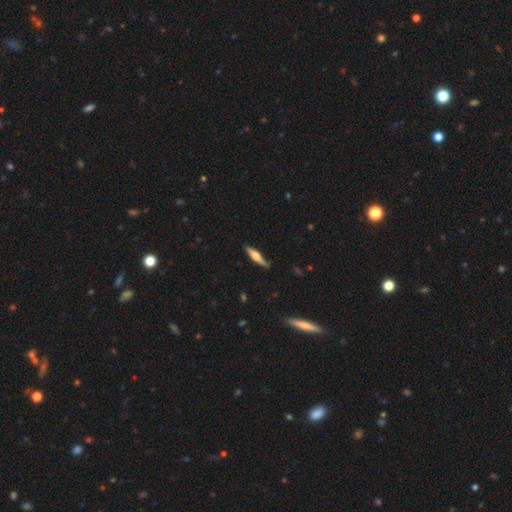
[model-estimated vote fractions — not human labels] This appears to be a featured or disk galaxy (48%). Merging: none (81%).